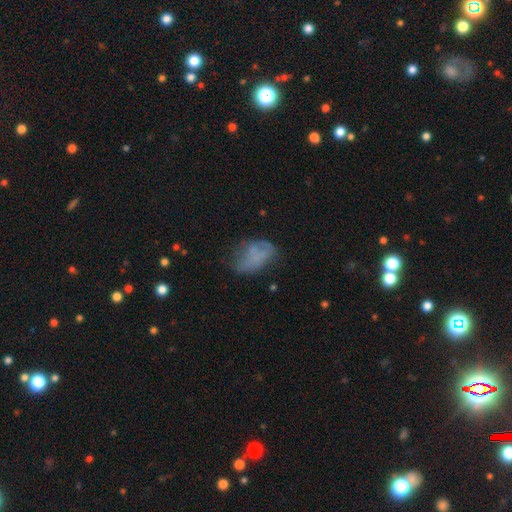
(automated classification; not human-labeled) smooth_or_featured: smooth (p=0.59) [alt: featured or disk p=0.29]
how_rounded: in between (p=0.87) [alt: round p=0.11]
merging: none (p=0.38) [alt: minor disturbance p=0.31]